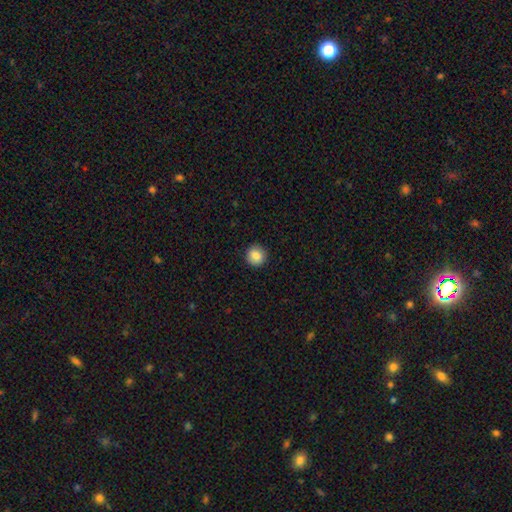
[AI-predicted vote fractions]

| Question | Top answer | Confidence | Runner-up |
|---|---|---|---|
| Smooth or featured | smooth | 86% | star or artifact (9%) |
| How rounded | round | 94% | in between (5%) |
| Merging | none | 92% | minor disturbance (5%) |